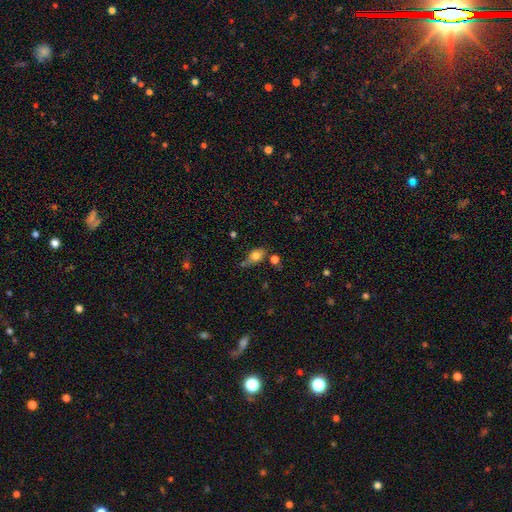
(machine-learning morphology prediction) type=smooth (77%); roundness=in between (75%); merging=none (50%).